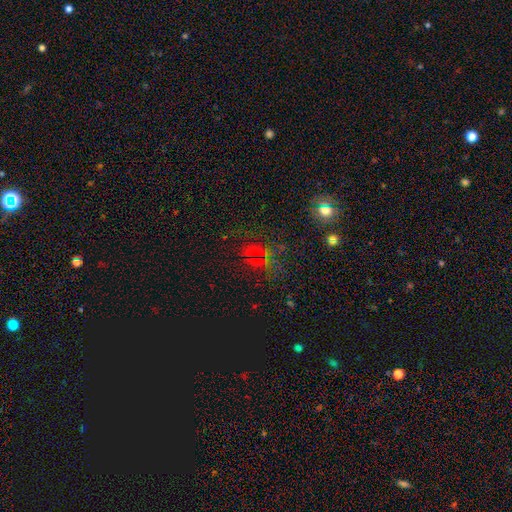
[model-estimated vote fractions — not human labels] Smooth or featured?
  - star or artifact: 49% *
  - smooth: 40%
  - featured or disk: 10%